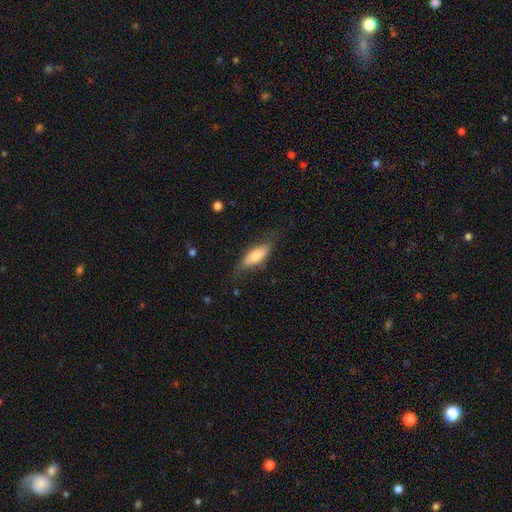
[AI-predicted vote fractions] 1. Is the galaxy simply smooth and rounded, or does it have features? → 69% smooth, 25% featured or disk, 6% star or artifact.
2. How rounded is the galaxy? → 67% in between, 31% cigar-shaped, 2% round.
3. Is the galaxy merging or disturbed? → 72% none, 21% minor disturbance, 6% major disturbance, 1% merger.